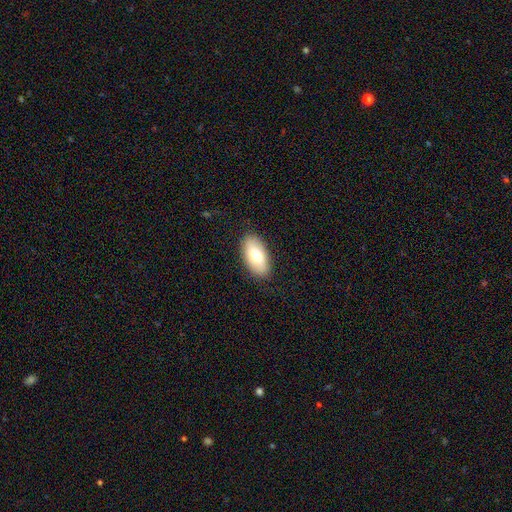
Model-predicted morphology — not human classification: Smooth or featured? Predicted: smooth (p=0.73). How rounded? Predicted: in between (p=0.93). Merging? Predicted: none (p=0.87).